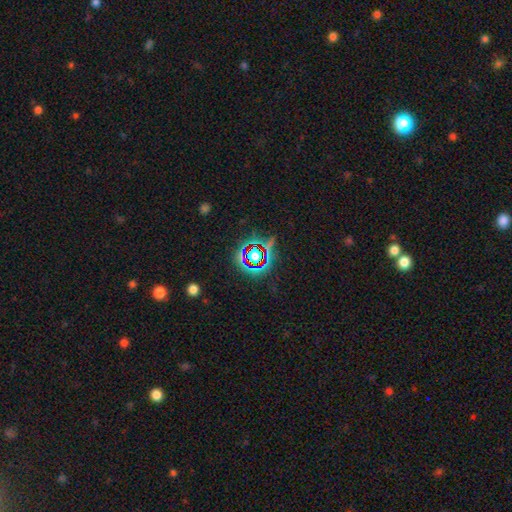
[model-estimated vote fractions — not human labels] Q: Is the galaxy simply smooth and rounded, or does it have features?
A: star or artifact — 72%.